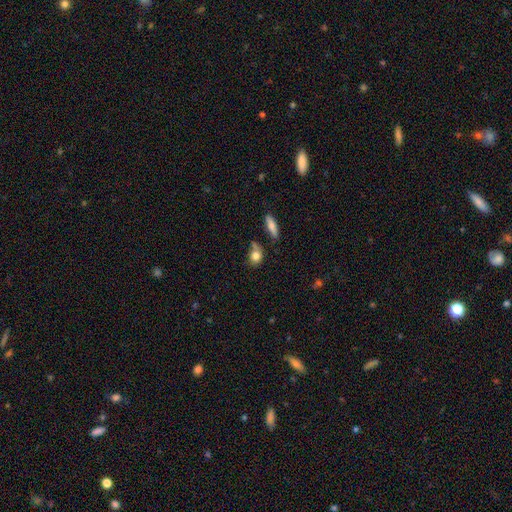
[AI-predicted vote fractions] A smooth galaxy with no disk features (80%) that is in between round and cigar-shaped (52%).

Vote fractions:
- Smooth or featured? smooth: 80% / featured or disk: 11% / star or artifact: 9%
- How rounded? in between: 52% / round: 44% / cigar-shaped: 4%
- Merging? none: 55% / minor disturbance: 20% / merger: 18% / major disturbance: 6%